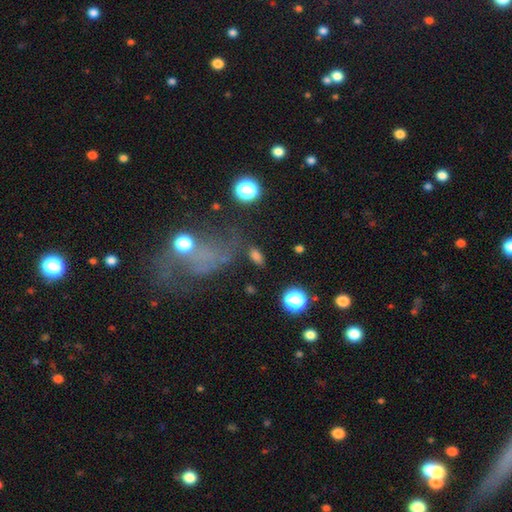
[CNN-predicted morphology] smooth_or_featured: smooth (p=0.70) [alt: star or artifact p=0.19]
how_rounded: in between (p=0.80) [alt: round p=0.13]
merging: none (p=0.69) [alt: minor disturbance p=0.14]